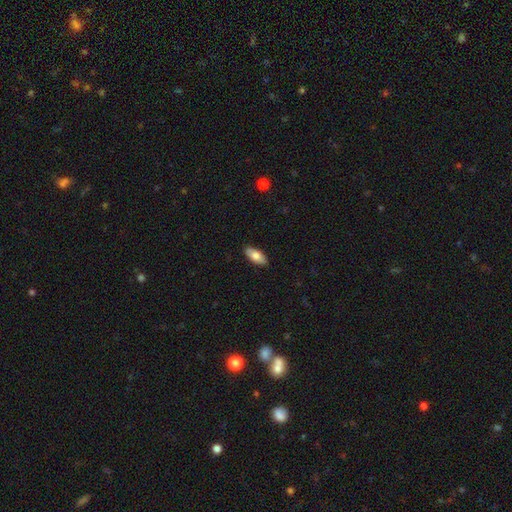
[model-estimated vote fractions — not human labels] Smooth or featured? Predicted: smooth (p=0.79). How rounded? Predicted: in between (p=0.86). Merging? Predicted: none (p=0.89).